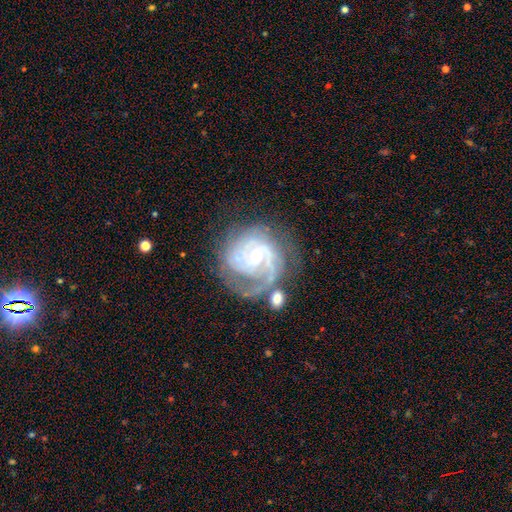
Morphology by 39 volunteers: A featured or disk galaxy (92%) with no bar (75%), tight (58%) spiral arms (100%) and a small central bulge (56%).

Vote fractions:
- Smooth or featured? featured or disk: 92% / smooth: 8% / star or artifact: 0%
- Edge-on disk? no: 100% / yes: 0%
- Bar? no: 75% / weak: 22% / strong: 3%
- Spiral arms? yes: 100% / no: 0%
- Spiral winding? tight: 58% / medium: 36% / loose: 6%
- Spiral arm count? can't tell: 33% / 1: 19% / 3: 19% / 2: 17% / more than 4: 8% / 4: 3%
- Bulge size? small: 56% / moderate: 44% / dominant: 0% / large: 0% / none: 0%
- Merging? none: 59% / minor disturbance: 18% / major disturbance: 13% / merger: 10%